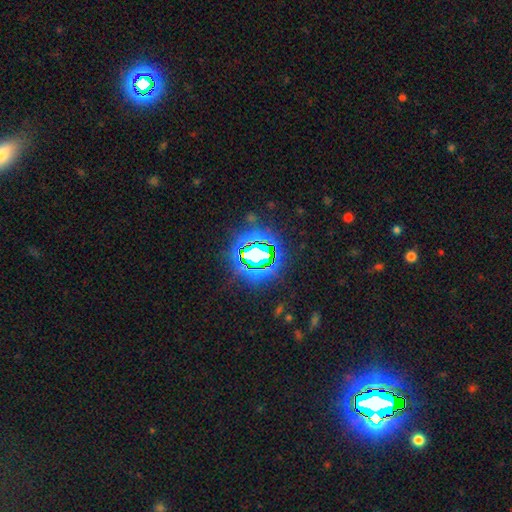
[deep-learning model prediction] Smooth or featured? Predicted: star or artifact (p=0.81).